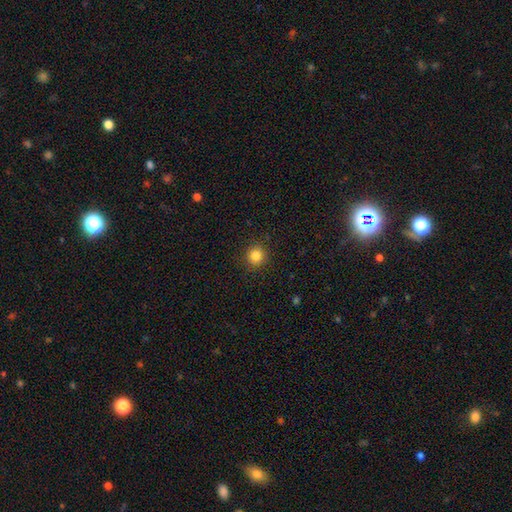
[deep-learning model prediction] Morphology: type=smooth (84%); roundness=round (92%); merging=none (91%).